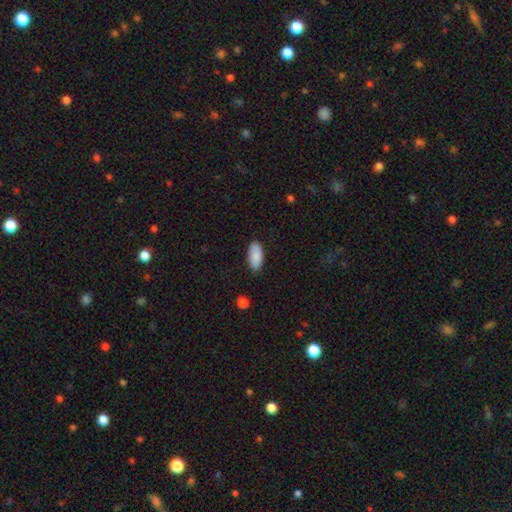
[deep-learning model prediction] The model was most divided on "merging": none: 87%, minor disturbance: 10%, major disturbance: 2%, merger: 1%. More confident: how rounded — in between (91%); smooth or featured — smooth (88%).